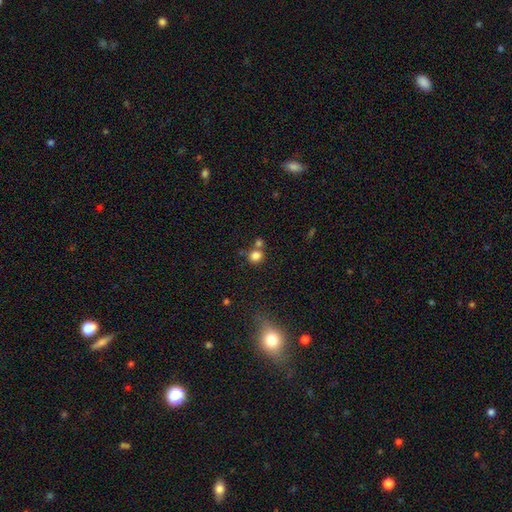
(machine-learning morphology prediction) smooth 82%, star or artifact 12%, featured or disk 6%. Down the decision tree: how rounded — round (87%); merging — none (59%).